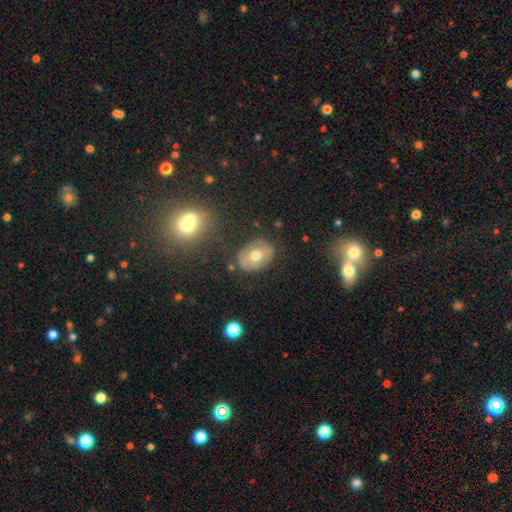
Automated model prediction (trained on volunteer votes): A smooth galaxy with no disk features (53%) that is in between round and cigar-shaped (67%). Merging: none (79%).